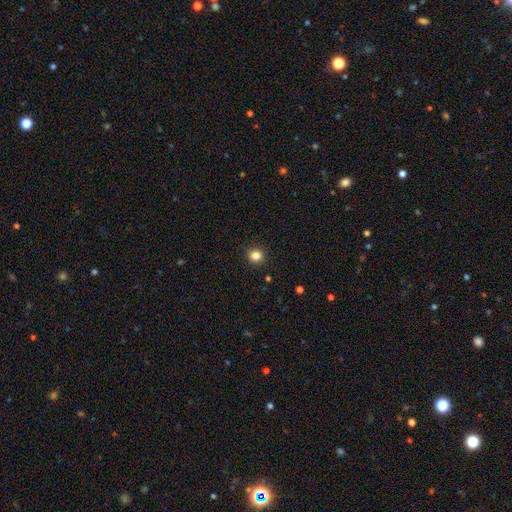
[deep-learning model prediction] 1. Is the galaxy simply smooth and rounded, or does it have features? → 84% smooth, 12% star or artifact, 4% featured or disk.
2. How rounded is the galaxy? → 87% round, 12% in between, 1% cigar-shaped.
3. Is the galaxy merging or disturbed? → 92% none, 5% minor disturbance, 2% major disturbance, 1% merger.